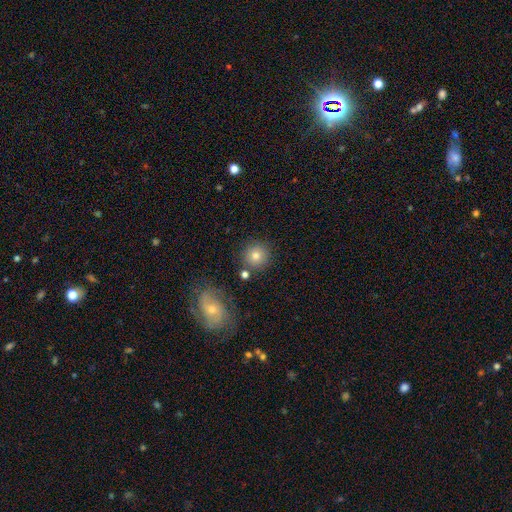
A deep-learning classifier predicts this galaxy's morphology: Smooth or featured? smooth (77%)
How rounded? round (93%)
Merging? none (81%)